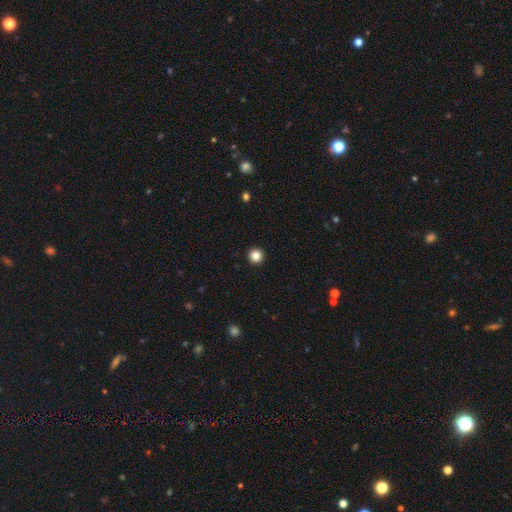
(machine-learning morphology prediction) Smooth or featured? smooth (85%)
How rounded? round (96%)
Merging? none (94%)